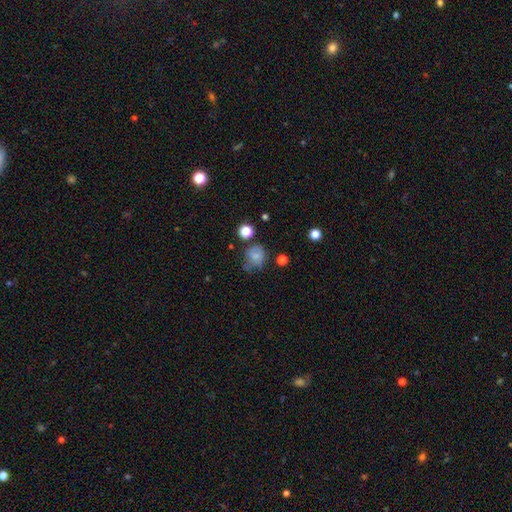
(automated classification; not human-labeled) smooth-or-featured: smooth: 71% | featured or disk: 16% | star or artifact: 13%
  how-rounded: round: 66% | in between: 33% | cigar-shaped: 1%
  merging: none: 49% | minor disturbance: 31% | major disturbance: 15% | merger: 6%